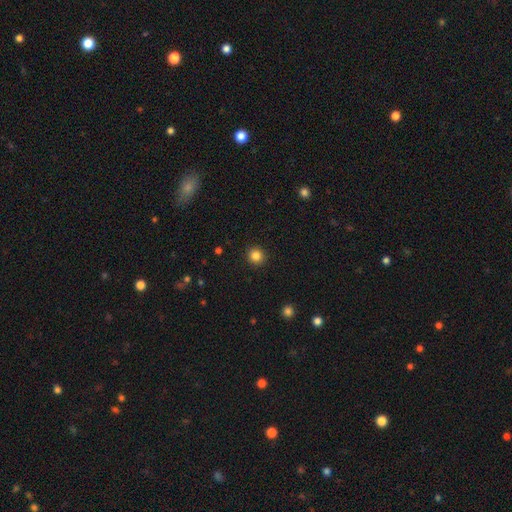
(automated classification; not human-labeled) smooth-or-featured: smooth: 84% | star or artifact: 11% | featured or disk: 5%
  how-rounded: round: 92% | in between: 7% | cigar-shaped: 1%
  merging: none: 93% | minor disturbance: 5% | major disturbance: 2% | merger: 1%